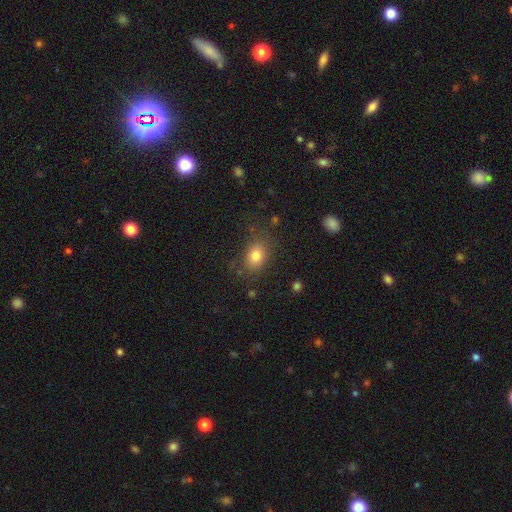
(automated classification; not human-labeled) Q: Smooth or featured?
A: smooth (80%); runner-up: star or artifact (11%)
Q: How rounded?
A: in between (64%); runner-up: round (35%)
Q: Merging?
A: none (77%); runner-up: minor disturbance (15%)